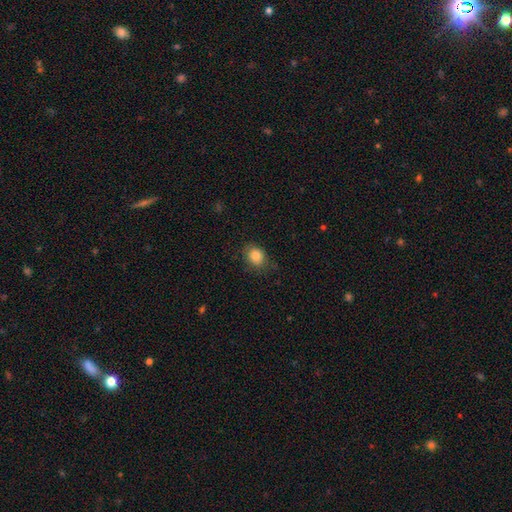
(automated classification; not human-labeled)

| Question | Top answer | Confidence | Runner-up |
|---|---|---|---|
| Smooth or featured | smooth | 84% | star or artifact (9%) |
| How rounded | round | 51% | in between (48%) |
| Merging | none | 78% | minor disturbance (17%) |